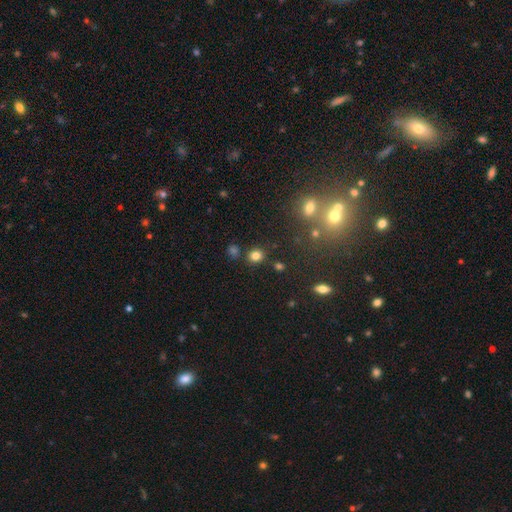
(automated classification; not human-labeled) Overall: smooth (79%). How rounded: round (80%). Merging: none (84%).